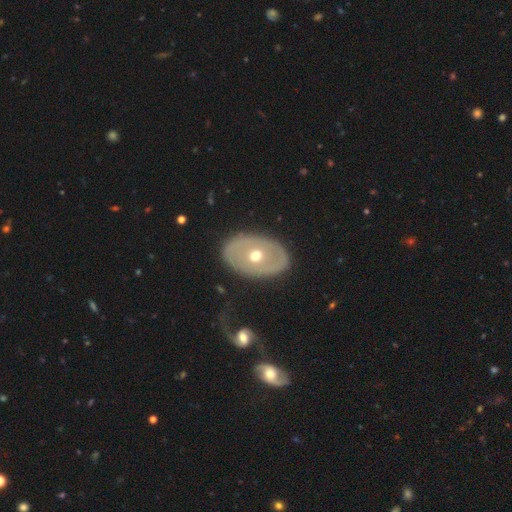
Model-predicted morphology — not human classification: smooth-or-featured: featured or disk: 60% | smooth: 35% | star or artifact: 5%
  disk-edge-on: no: 91% | yes: 9%
    bar: no: 89% | weak: 7% | strong: 3%
    has-spiral-arms: no: 82% | yes: 18%
    bulge-size: moderate: 71% | small: 25% | large: 3% | dominant: 1% | none: 1%
  merging: none: 81% | minor disturbance: 11% | major disturbance: 5% | merger: 2%